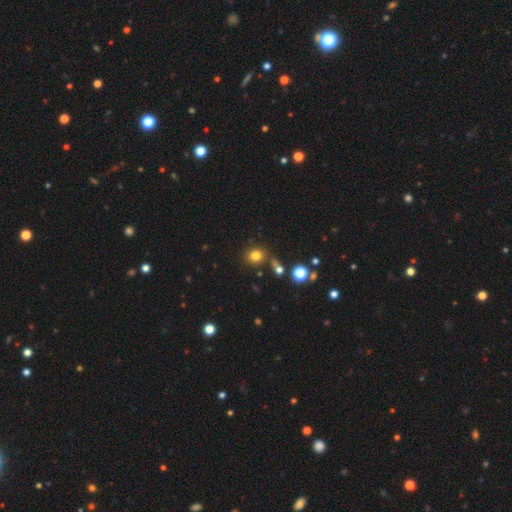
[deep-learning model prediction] smooth-or-featured: smooth: 78% | star or artifact: 15% | featured or disk: 7%
  how-rounded: round: 80% | in between: 19% | cigar-shaped: 1%
  merging: none: 74% | merger: 11% | minor disturbance: 11% | major disturbance: 4%